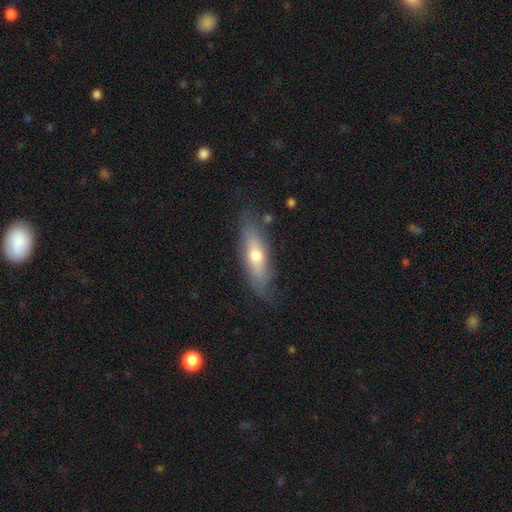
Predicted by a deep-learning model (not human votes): This is possibly a smooth galaxy (51%). How rounded: possibly cigar-shaped (54%). Merging: likely none (75%).